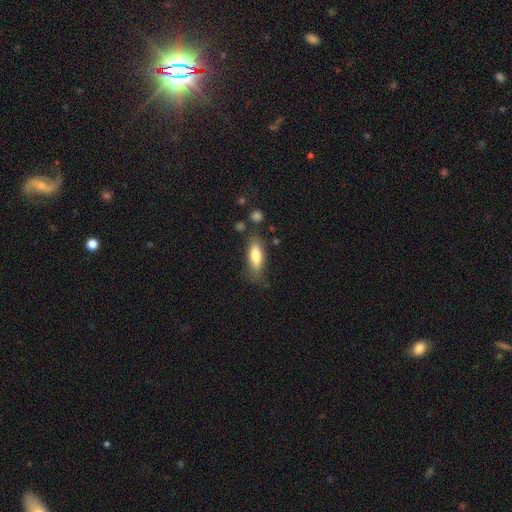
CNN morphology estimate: Smooth or featured: smooth — 75% (featured or disk — 19%)
How rounded: in between — 66% (cigar-shaped — 31%)
Merging: none — 74% (minor disturbance — 16%)